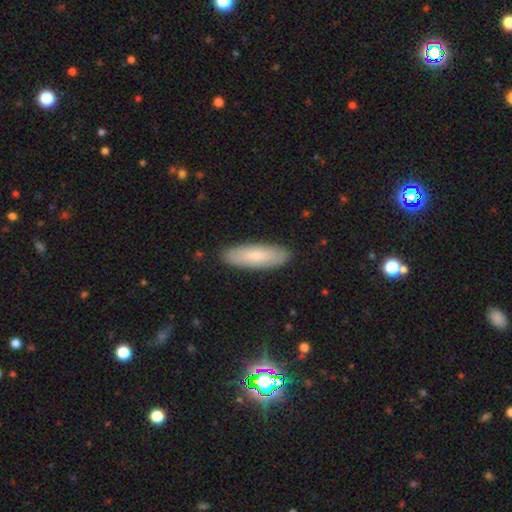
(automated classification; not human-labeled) A smooth galaxy with no disk features (78%) that is in between round and cigar-shaped (53%).

Vote fractions:
- Smooth or featured? smooth: 78% / featured or disk: 16% / star or artifact: 6%
- How rounded? in between: 53% / cigar-shaped: 46% / round: 2%
- Merging? none: 89% / minor disturbance: 9% / major disturbance: 2% / merger: 1%